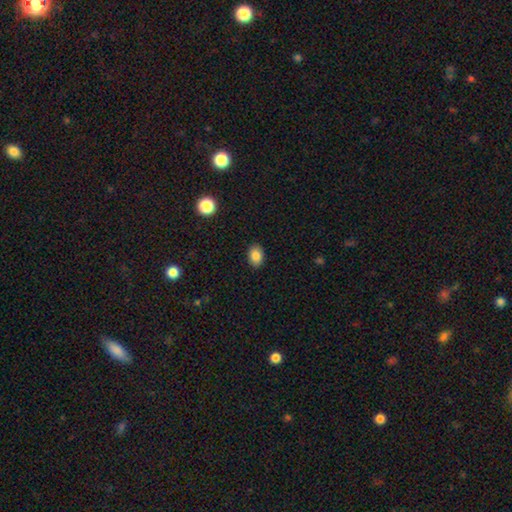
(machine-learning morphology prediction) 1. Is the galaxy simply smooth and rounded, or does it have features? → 84% smooth, 9% star or artifact, 7% featured or disk.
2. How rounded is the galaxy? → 78% in between, 21% round, 1% cigar-shaped.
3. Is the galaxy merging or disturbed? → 89% none, 8% minor disturbance, 2% major disturbance, 1% merger.